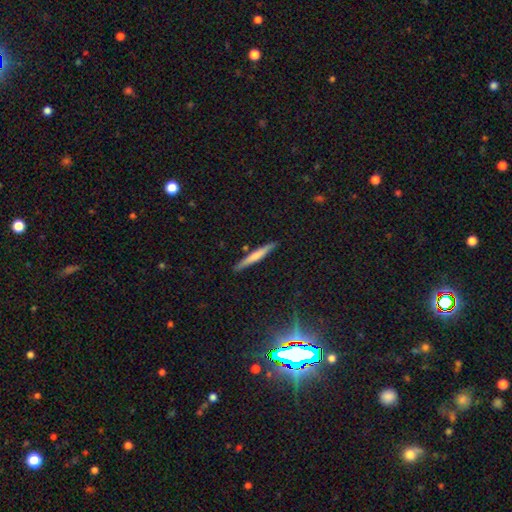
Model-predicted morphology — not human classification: This appears to be a smooth galaxy with no disk features (57%) that is cigar-shaped (95%). Merging: none (89%).